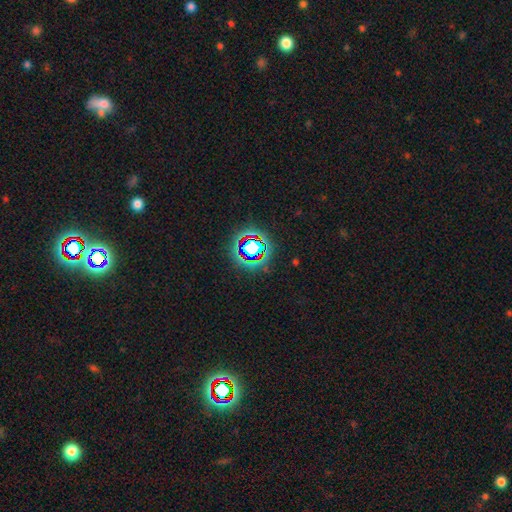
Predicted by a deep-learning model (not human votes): Overall: star or artifact (76%).